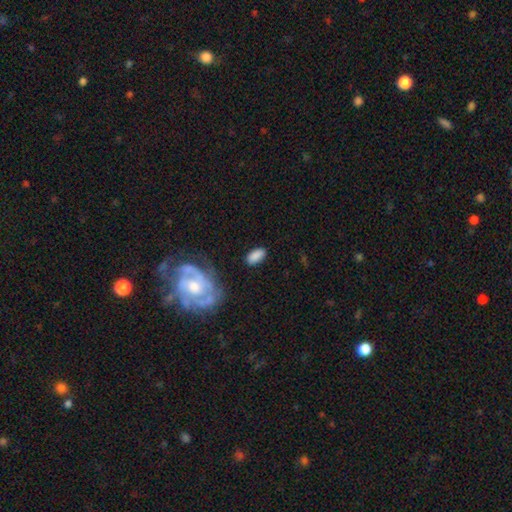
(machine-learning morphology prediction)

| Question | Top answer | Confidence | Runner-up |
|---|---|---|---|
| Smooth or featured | smooth | 84% | featured or disk (10%) |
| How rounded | in between | 91% | cigar-shaped (5%) |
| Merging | none | 80% | minor disturbance (14%) |